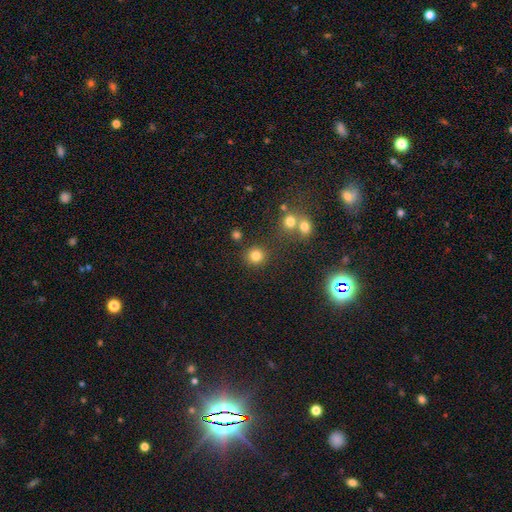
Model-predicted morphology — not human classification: Smooth or featured? Predicted: smooth (p=0.81). How rounded? Predicted: round (p=0.92). Merging? Predicted: none (p=0.83).